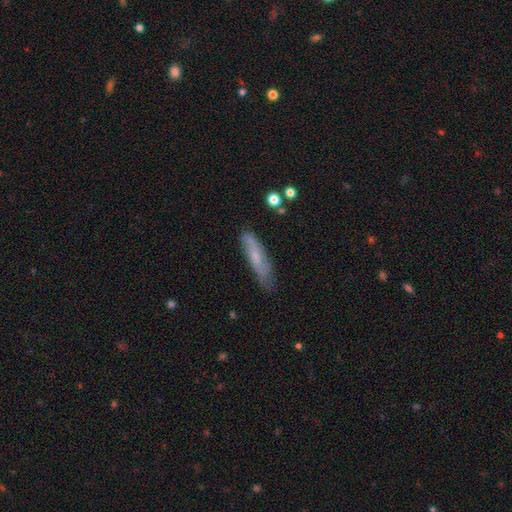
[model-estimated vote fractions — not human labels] Smooth or featured? Predicted: smooth (p=0.51). How rounded? Predicted: cigar-shaped (p=0.73). Merging? Predicted: none (p=0.75).